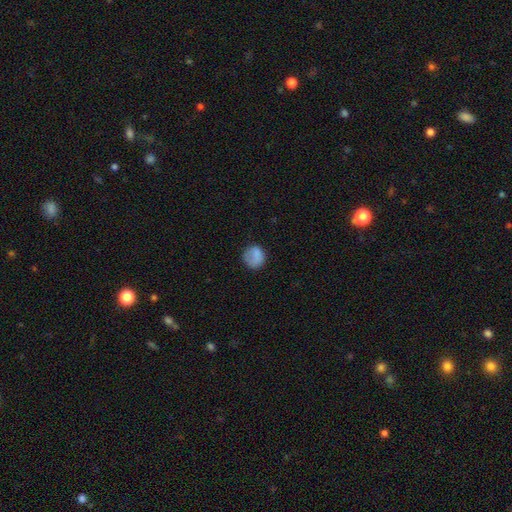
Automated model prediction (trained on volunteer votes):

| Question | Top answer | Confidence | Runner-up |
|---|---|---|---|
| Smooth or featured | smooth | 81% | featured or disk (10%) |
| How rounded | round | 80% | in between (19%) |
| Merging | none | 67% | minor disturbance (21%) |